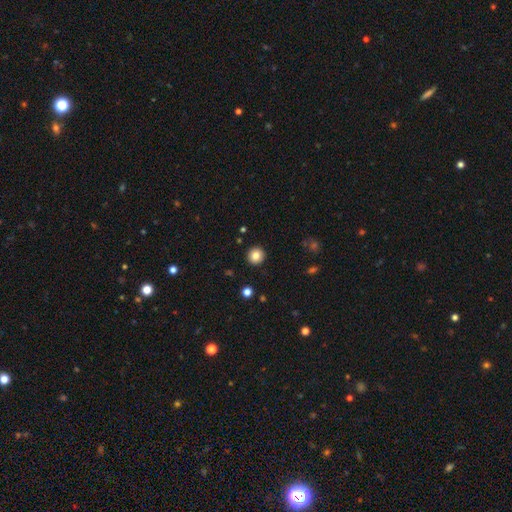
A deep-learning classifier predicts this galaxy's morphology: Smooth or featured?
  - smooth: 83% *
  - star or artifact: 10%
  - featured or disk: 7%
How rounded?
  - round: 95% *
  - in between: 4%
  - cigar-shaped: 1%
Merging?
  - none: 93% *
  - minor disturbance: 4%
  - major disturbance: 2%
  - merger: 1%